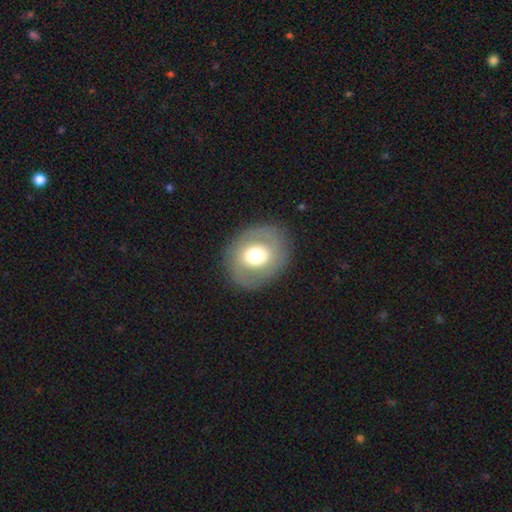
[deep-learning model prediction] A smooth galaxy with no disk features (55%) that is round (68%). Merging: none (84%).